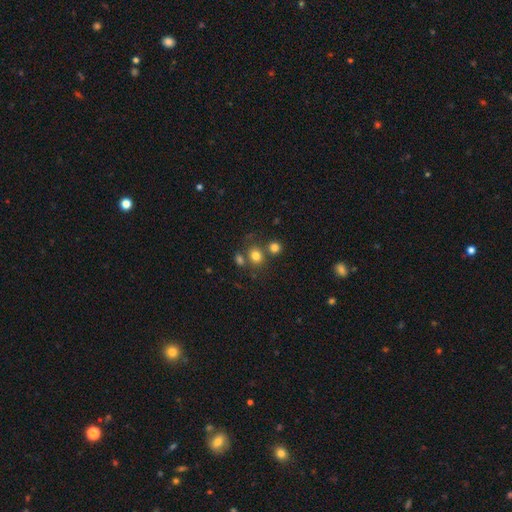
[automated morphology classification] This appears to be a smooth galaxy with no disk features (77%) that is round (71%). Merging: none (64%).